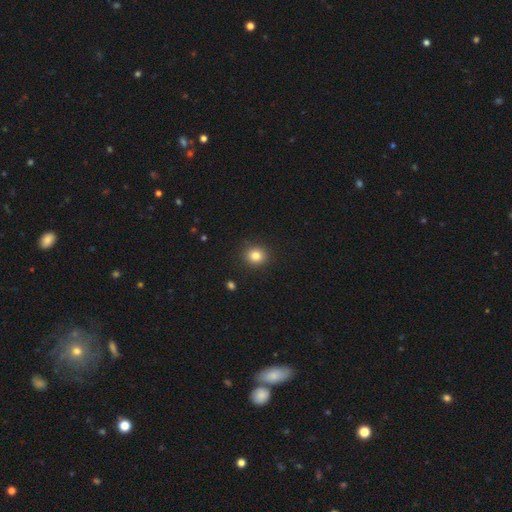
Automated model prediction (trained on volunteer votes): A smooth galaxy with no disk features (82%) that is round (84%).

Vote fractions:
- Smooth or featured? smooth: 82% / star or artifact: 11% / featured or disk: 6%
- How rounded? round: 84% / in between: 16% / cigar-shaped: 1%
- Merging? none: 91% / minor disturbance: 6% / major disturbance: 2% / merger: 1%